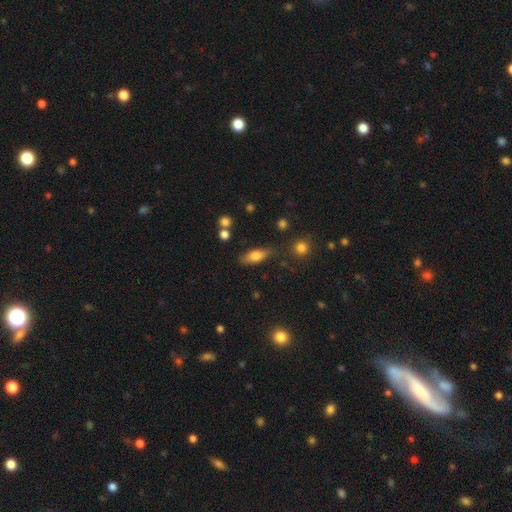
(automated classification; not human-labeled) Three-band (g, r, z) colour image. It shows a smooth galaxy with no disk features (66%) that is in between round and cigar-shaped (68%). Merging: none (78%).